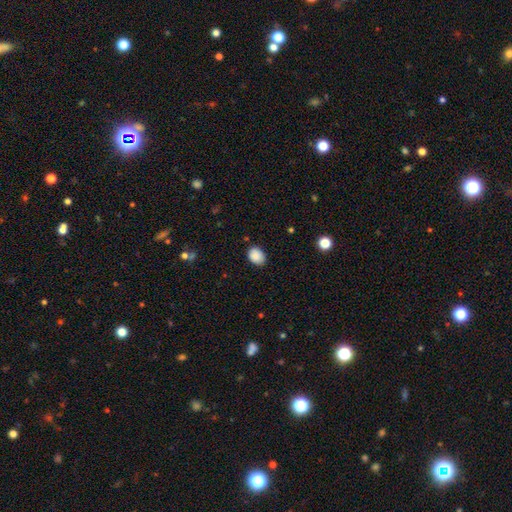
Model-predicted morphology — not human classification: Smooth or featured?
  - smooth: 89% *
  - star or artifact: 8%
  - featured or disk: 3%
How rounded?
  - in between: 71% *
  - round: 29%
  - cigar-shaped: 1%
Merging?
  - none: 83% *
  - minor disturbance: 13%
  - major disturbance: 2%
  - merger: 1%